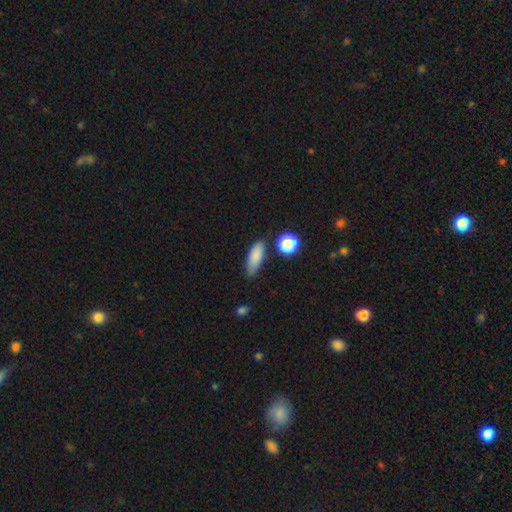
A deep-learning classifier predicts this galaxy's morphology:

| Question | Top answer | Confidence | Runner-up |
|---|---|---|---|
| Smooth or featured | smooth | 83% | star or artifact (9%) |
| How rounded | in between | 66% | cigar-shaped (29%) |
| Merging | none | 69% | minor disturbance (21%) |